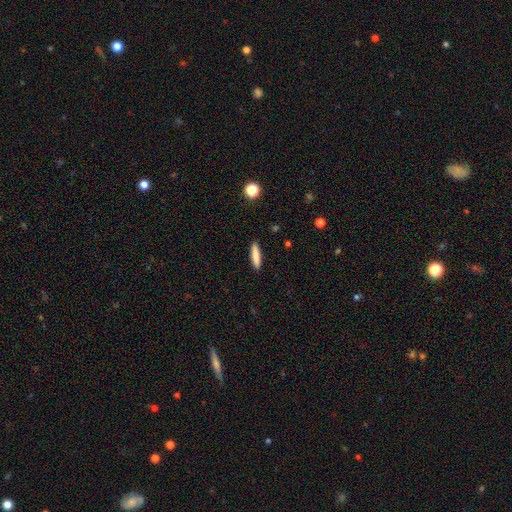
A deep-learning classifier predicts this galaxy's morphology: Q: Smooth or featured?
A: smooth (84%); runner-up: featured or disk (9%)
Q: How rounded?
A: cigar-shaped (83%); runner-up: in between (16%)
Q: Merging?
A: none (91%); runner-up: minor disturbance (7%)